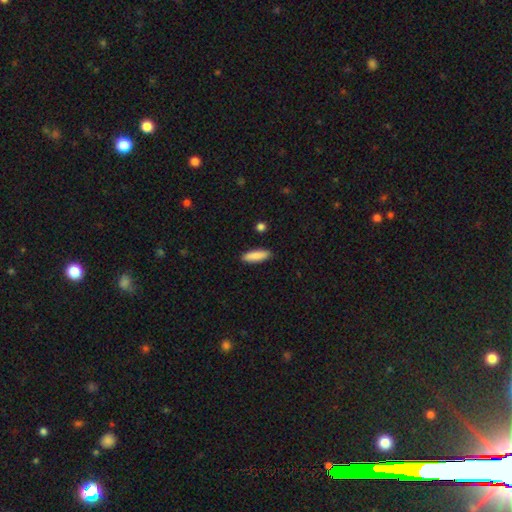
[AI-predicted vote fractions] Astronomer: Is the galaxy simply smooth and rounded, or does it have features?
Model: smooth — 87%.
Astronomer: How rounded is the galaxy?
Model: cigar-shaped — 56% (runner-up: in between, 42%).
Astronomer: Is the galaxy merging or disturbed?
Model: none — 89%.